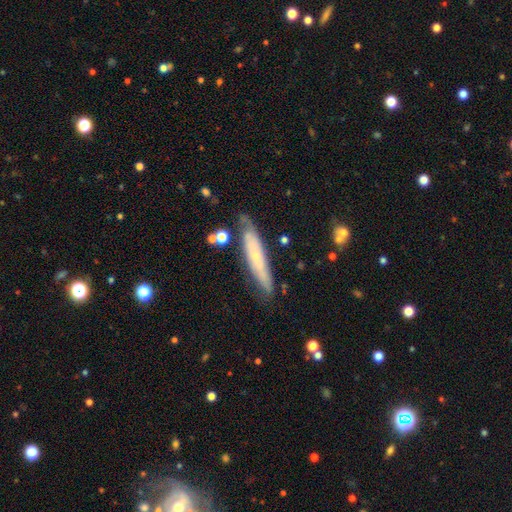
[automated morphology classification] A featured or disk galaxy (50%) viewed edge-on (59%).

Vote fractions:
- Smooth or featured? featured or disk: 50% / smooth: 43% / star or artifact: 7%
- Edge-on disk? yes: 59% / no: 41%
- Merging? none: 74% / minor disturbance: 19% / major disturbance: 4% / merger: 3%